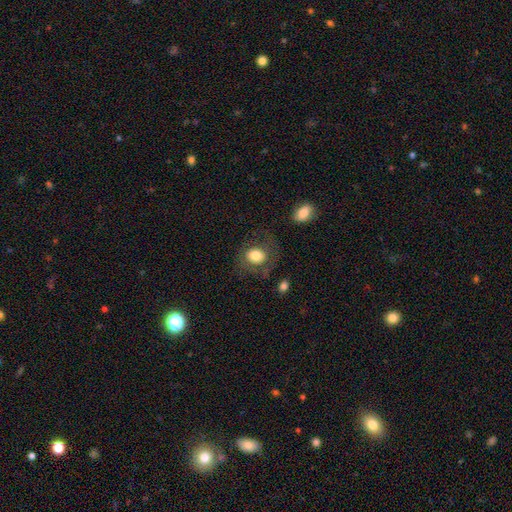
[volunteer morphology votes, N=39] Overall: smooth (90%). How rounded: round (57%; in between 43%). Merging: none (61%; minor disturbance 21%).